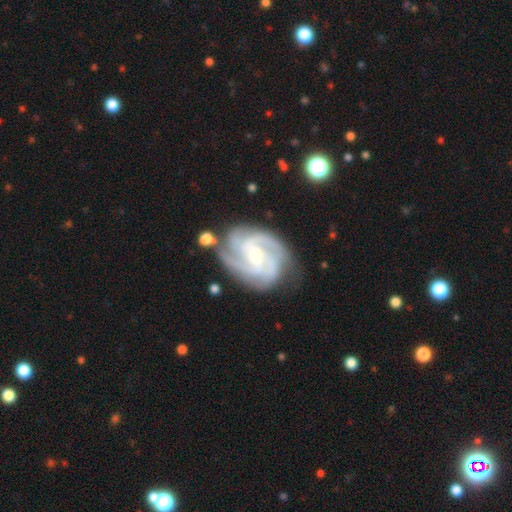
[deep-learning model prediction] This appears to be a featured or disk galaxy (91%) with a weak bar (45%), 3 (47%) tight (57%) spiral arms (98%) and a small central bulge (59%). Merging: none (71%).